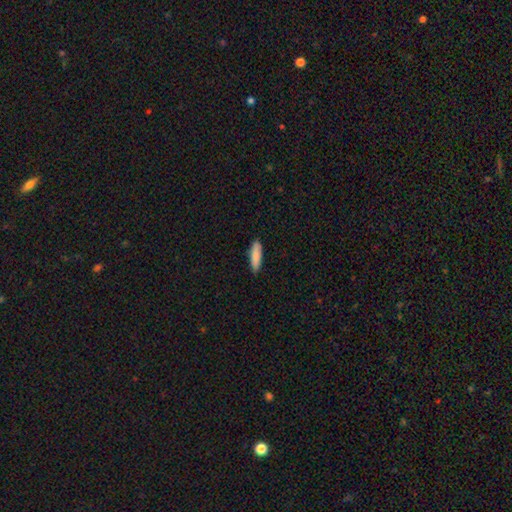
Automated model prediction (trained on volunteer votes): A smooth galaxy with no disk features (87%) that is cigar-shaped (60%). Merging: none (88%).